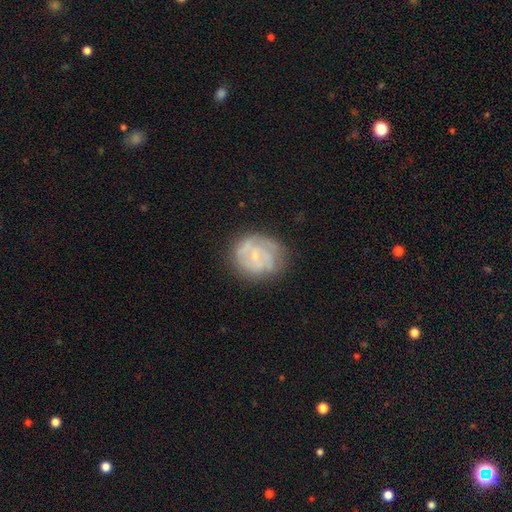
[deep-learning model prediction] A featured or disk galaxy (69%) with no bar (71%), tight (58%) spiral arms (77%) and a small central bulge (75%). Merging: none (66%).